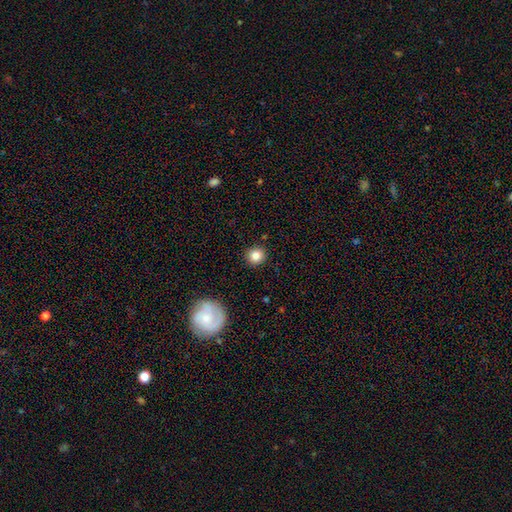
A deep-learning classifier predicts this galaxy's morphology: Smooth or featured?
  - smooth: 84% *
  - star or artifact: 10%
  - featured or disk: 6%
How rounded?
  - round: 92% *
  - in between: 8%
  - cigar-shaped: 1%
Merging?
  - none: 91% *
  - minor disturbance: 6%
  - major disturbance: 2%
  - merger: 1%